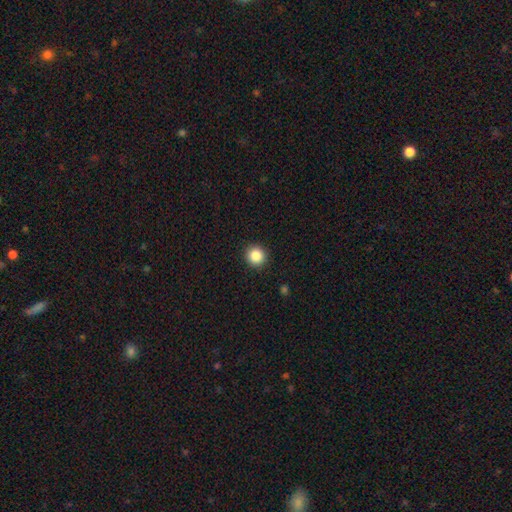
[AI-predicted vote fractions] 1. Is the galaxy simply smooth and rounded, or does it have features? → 86% smooth, 10% star or artifact, 4% featured or disk.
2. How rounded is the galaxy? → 94% round, 5% in between, 1% cigar-shaped.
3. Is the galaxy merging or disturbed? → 92% none, 5% minor disturbance, 2% major disturbance, 1% merger.